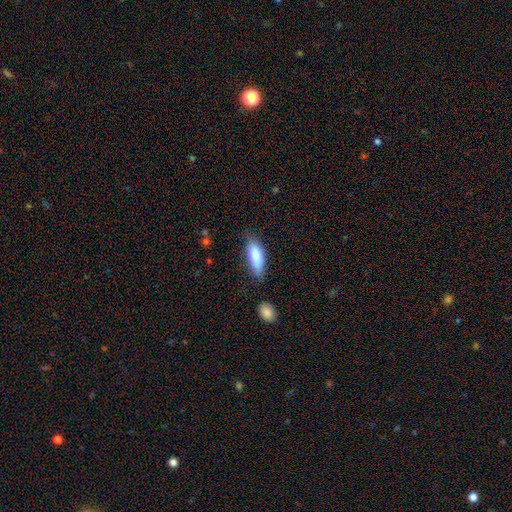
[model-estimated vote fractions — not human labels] This is clearly a smooth galaxy (80%). How rounded: likely in between (62%). Merging: likely none (71%).